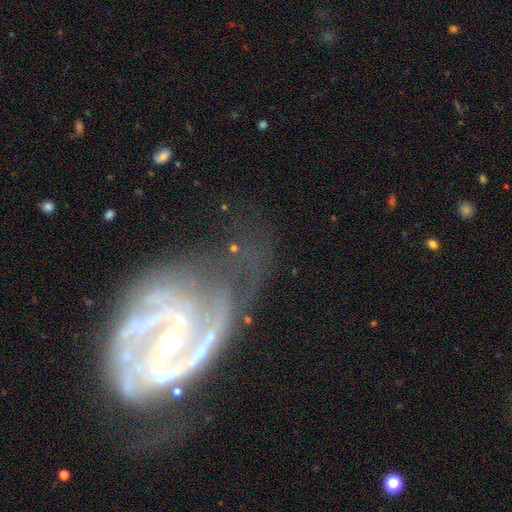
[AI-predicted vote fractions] This is clearly a featured or disk galaxy (88%). It is clearly not viewed edge-on (97%). Bar: marginally weak (35%). Spiral arm pattern: clearly yes (95%). Spiral arm count: possibly 2 (54%). Spiral winding: possibly medium (46%). Central bulge: likely small (76%). Merging: possibly none (46%).